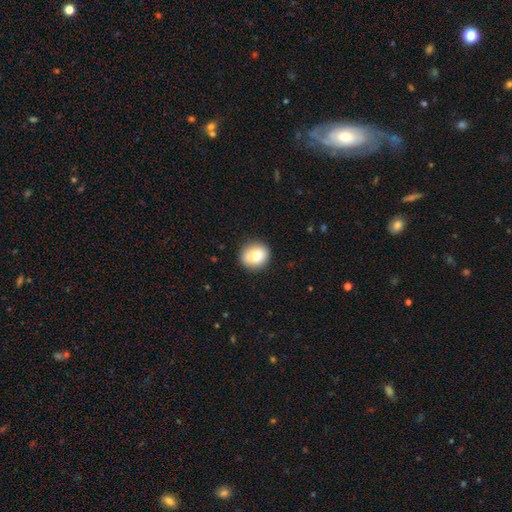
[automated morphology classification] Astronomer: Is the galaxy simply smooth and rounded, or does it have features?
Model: smooth — 82%.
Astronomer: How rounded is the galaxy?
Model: round — 78%.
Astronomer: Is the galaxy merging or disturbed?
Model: none — 87%.